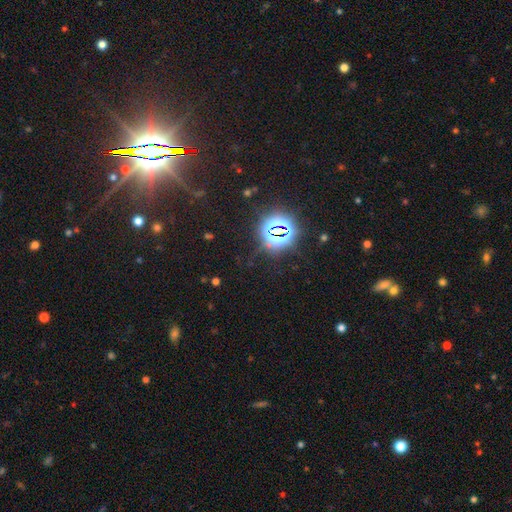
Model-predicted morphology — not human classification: This is clearly a star or artifact rather than a galaxy (81%).